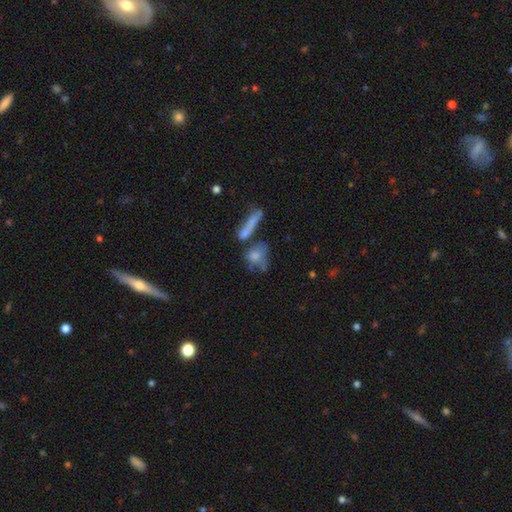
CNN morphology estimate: Smooth or featured?
  - smooth: 68% *
  - featured or disk: 22%
  - star or artifact: 10%
How rounded?
  - in between: 46% *
  - round: 37%
  - cigar-shaped: 16%
Merging?
  - none: 34% *
  - merger: 31%
  - major disturbance: 17%
  - minor disturbance: 17%